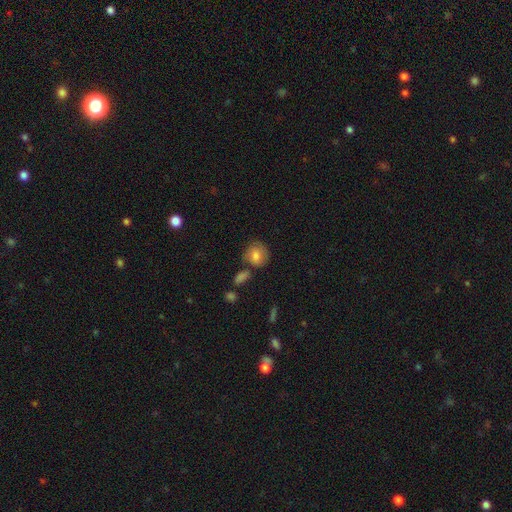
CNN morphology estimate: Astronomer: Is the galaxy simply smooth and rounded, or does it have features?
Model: smooth — 78%.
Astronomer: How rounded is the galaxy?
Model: round — 72%.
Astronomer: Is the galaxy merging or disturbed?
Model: none — 62%.